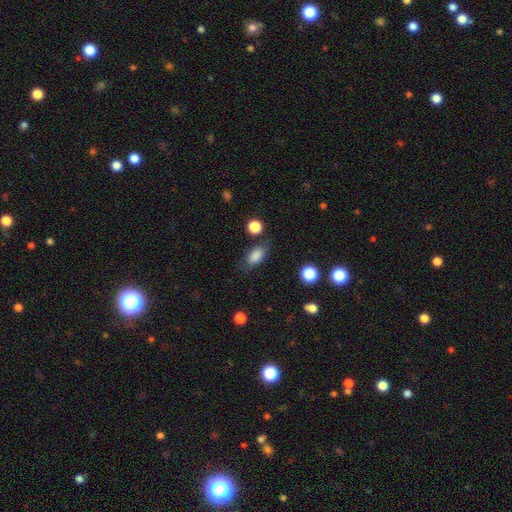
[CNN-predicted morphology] This appears to be a smooth galaxy with no disk features (84%) that is in between round and cigar-shaped (86%). Merging: none (74%).